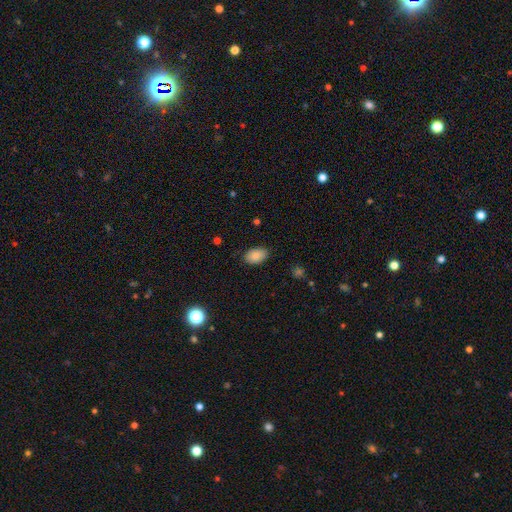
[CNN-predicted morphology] smooth_or_featured: smooth (p=0.87) [alt: star or artifact p=0.08]
how_rounded: in between (p=0.90) [alt: round p=0.08]
merging: none (p=0.85) [alt: minor disturbance p=0.12]